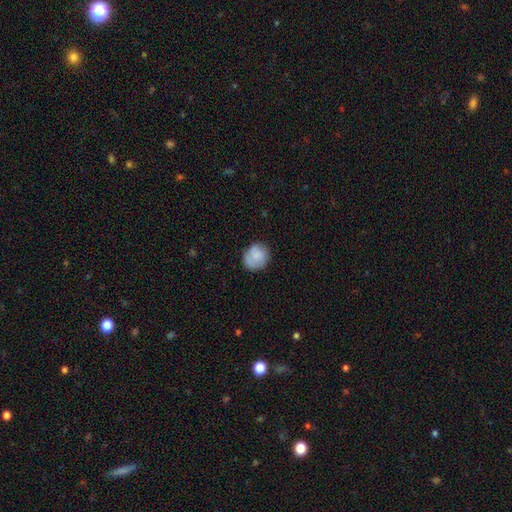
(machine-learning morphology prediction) Smooth or featured? smooth (80%)
How rounded? round (74%)
Merging? none (74%)